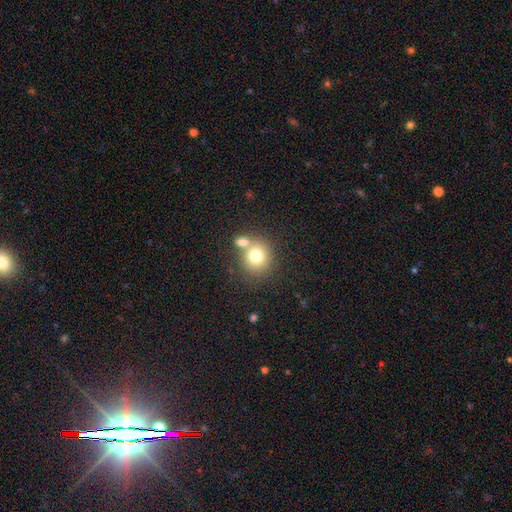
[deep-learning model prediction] smooth-or-featured: smooth: 75% | featured or disk: 13% | star or artifact: 12%
  how-rounded: round: 84% | in between: 15% | cigar-shaped: 1%
  merging: none: 56% | merger: 31% | minor disturbance: 9% | major disturbance: 4%